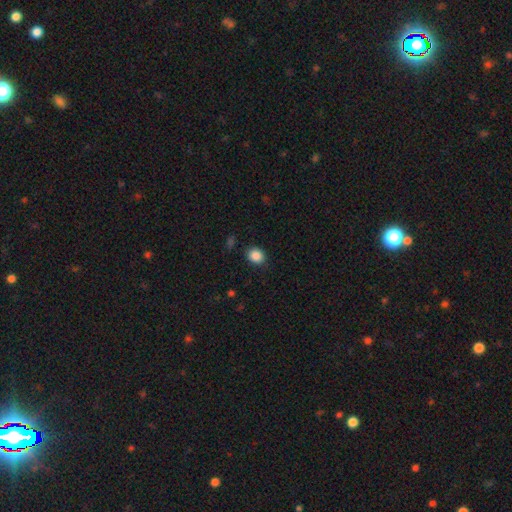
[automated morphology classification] A smooth galaxy with no disk features (87%) that is round (65%). Merging: none (88%).